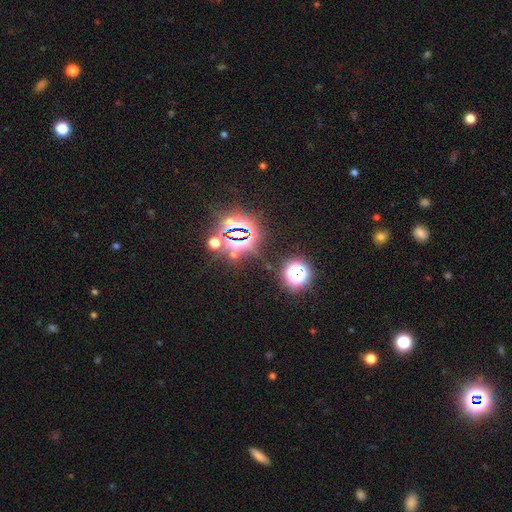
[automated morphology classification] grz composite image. It shows a star or artifact, not a galaxy (83%).